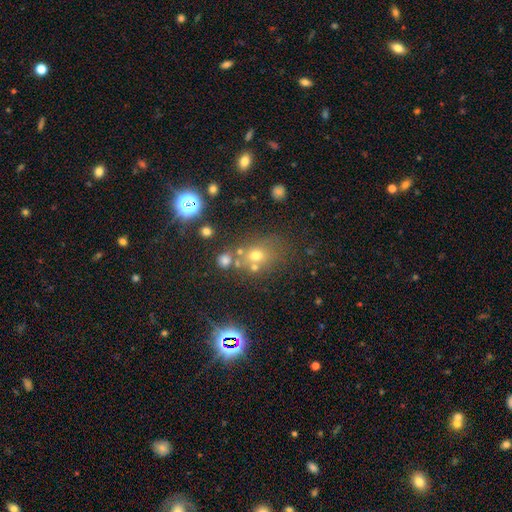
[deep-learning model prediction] Overall: smooth (50%; star or artifact 35%). Merging: none (59%; merger 22%).